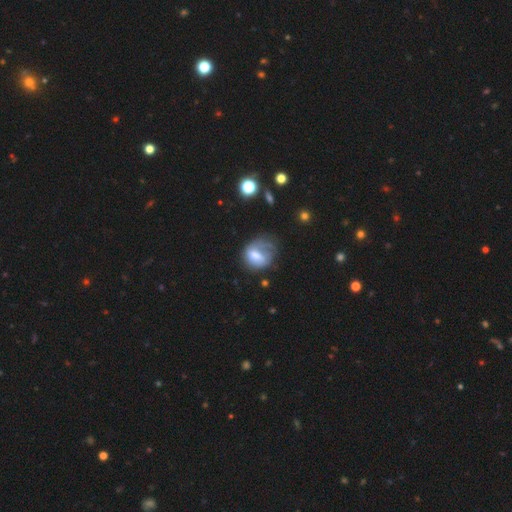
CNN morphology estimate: Smooth or featured?
  - smooth: 51% *
  - featured or disk: 41%
  - star or artifact: 9%
How rounded?
  - round: 51% *
  - in between: 48%
  - cigar-shaped: 1%
Merging?
  - major disturbance: 39% *
  - none: 30%
  - minor disturbance: 27%
  - merger: 4%